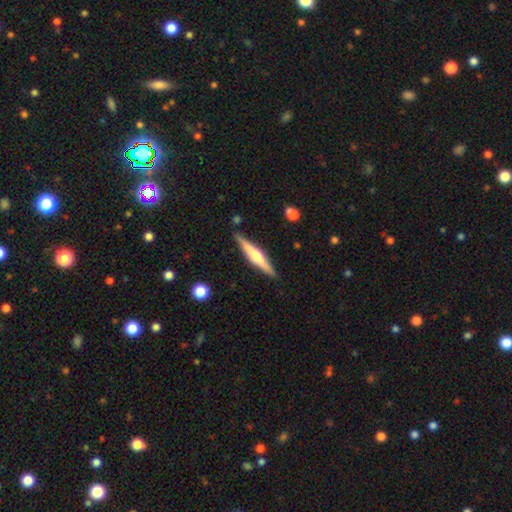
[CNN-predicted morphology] Smooth or featured? featured or disk (64%)
Edge-on disk? yes (97%)
Edge-on bulge? rounded (82%)
Merging? none (88%)